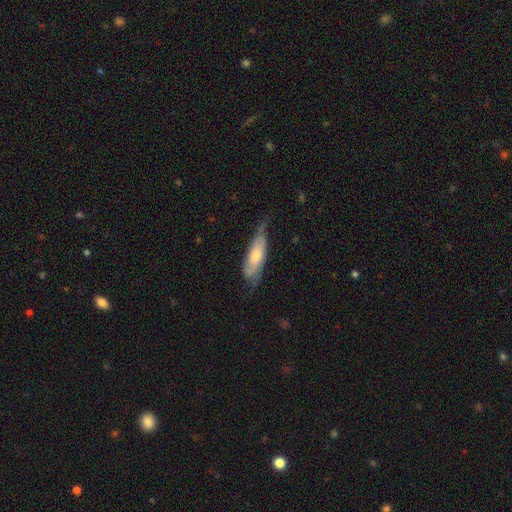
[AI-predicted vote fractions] Smooth or featured? smooth (49%)
Merging? none (46%)